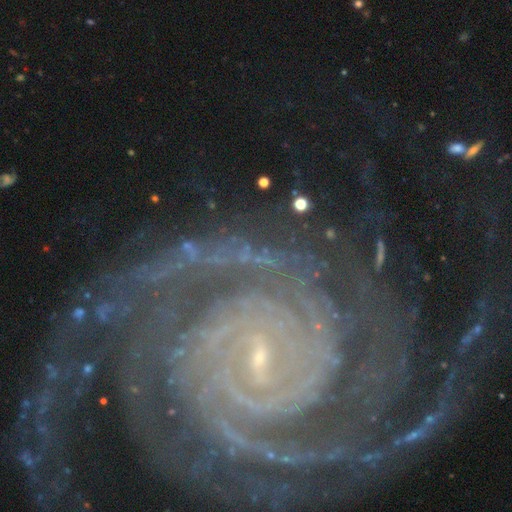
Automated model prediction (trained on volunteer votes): Q: Smooth or featured?
A: featured or disk (90%); runner-up: star or artifact (7%)
Q: Edge-on disk?
A: no (98%); runner-up: yes (2%)
Q: Bar?
A: weak (45%); runner-up: strong (28%)
Q: Spiral arms?
A: yes (98%); runner-up: no (2%)
Q: Spiral winding?
A: tight (80%); runner-up: medium (16%)
Q: Spiral arm count?
A: 2 (29%); runner-up: can't tell (19%)
Q: Bulge size?
A: small (83%); runner-up: moderate (10%)
Q: Merging?
A: none (76%); runner-up: minor disturbance (14%)